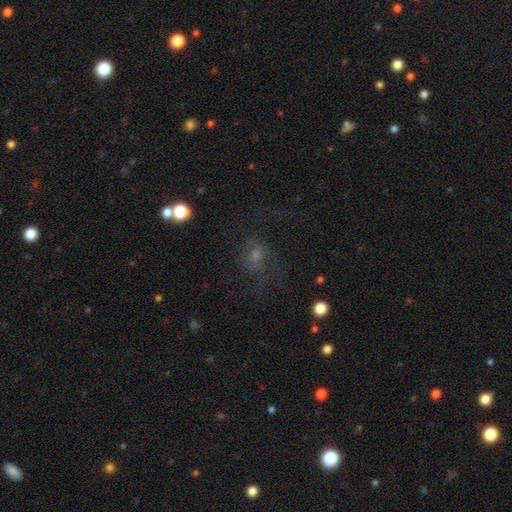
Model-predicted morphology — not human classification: smooth_or_featured: smooth (p=0.46) [alt: featured or disk p=0.32]
merging: none (p=0.49) [alt: major disturbance p=0.30]